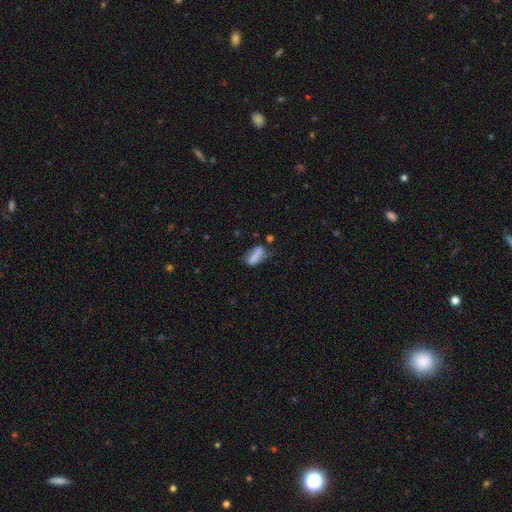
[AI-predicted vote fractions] Morphology: type=smooth (64%); roundness=in between (79%); merging=none (42%).